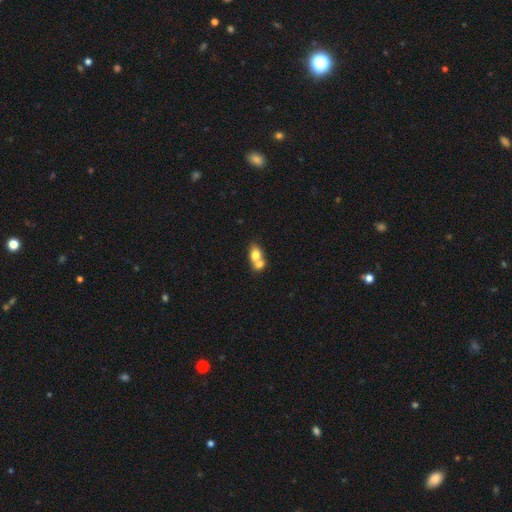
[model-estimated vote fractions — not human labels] smooth-or-featured: smooth: 73% | featured or disk: 19% | star or artifact: 8%
  how-rounded: in between: 63% | round: 35% | cigar-shaped: 2%
  merging: merger: 69% | none: 22% | minor disturbance: 6% | major disturbance: 3%